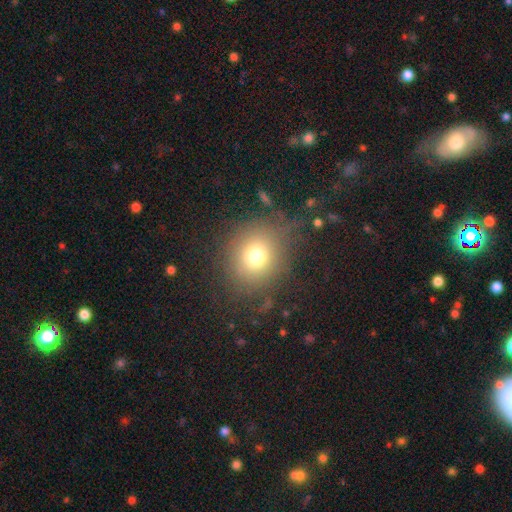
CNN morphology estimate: smooth-or-featured: smooth: 73% | star or artifact: 15% | featured or disk: 12%
  how-rounded: round: 81% | in between: 18% | cigar-shaped: 1%
  merging: none: 73% | minor disturbance: 14% | major disturbance: 11% | merger: 2%